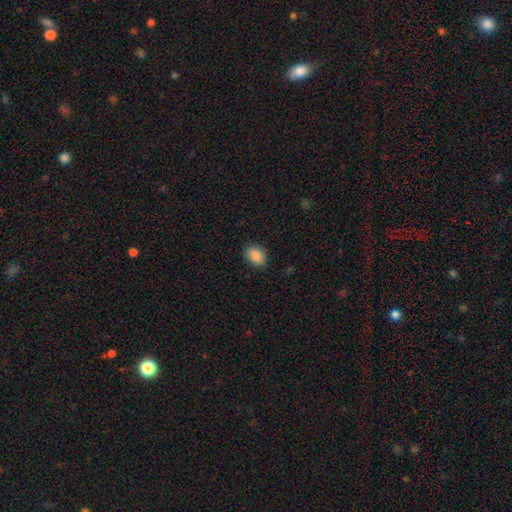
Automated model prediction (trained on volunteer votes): Smooth or featured? smooth (88%)
How rounded? in between (73%)
Merging? none (86%)